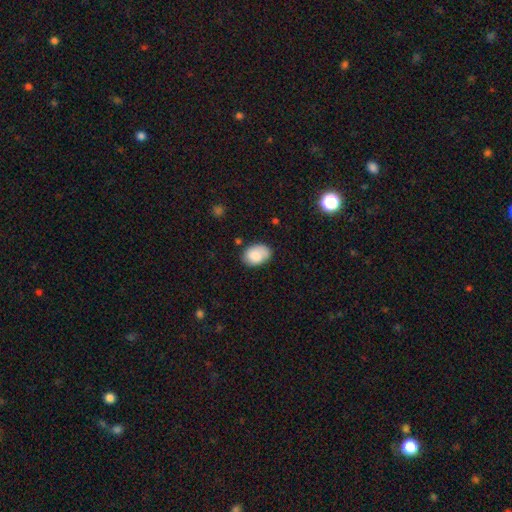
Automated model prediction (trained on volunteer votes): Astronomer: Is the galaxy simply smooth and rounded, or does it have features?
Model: smooth — 82%.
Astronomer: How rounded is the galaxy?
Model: in between — 81%.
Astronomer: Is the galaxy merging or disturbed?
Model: none — 67%.